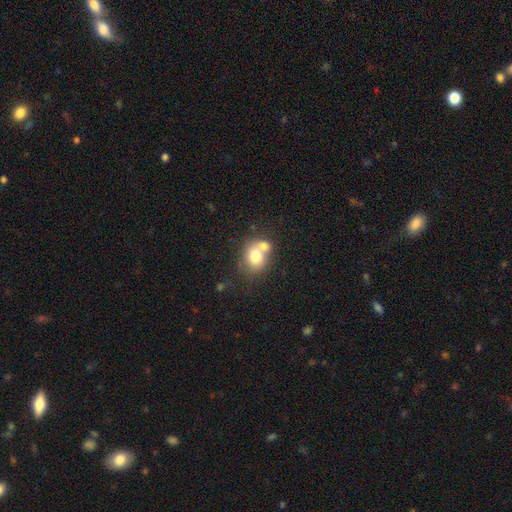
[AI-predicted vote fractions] This appears to be a smooth galaxy with no disk features (72%) that is round (62%). Merging: merger (53%).